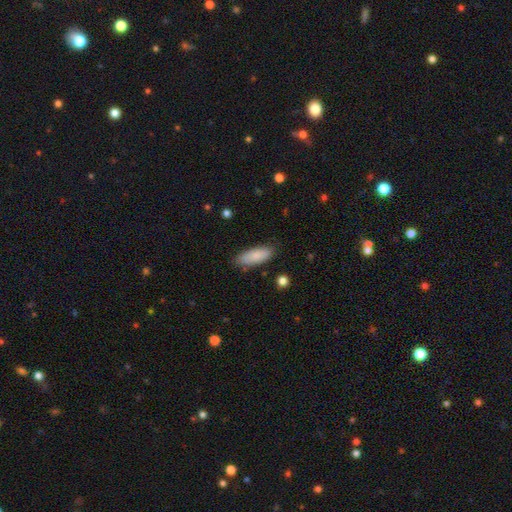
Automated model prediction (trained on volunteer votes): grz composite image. It shows a smooth galaxy with no disk features (86%) that is in between round and cigar-shaped (67%). Merging: none (82%).